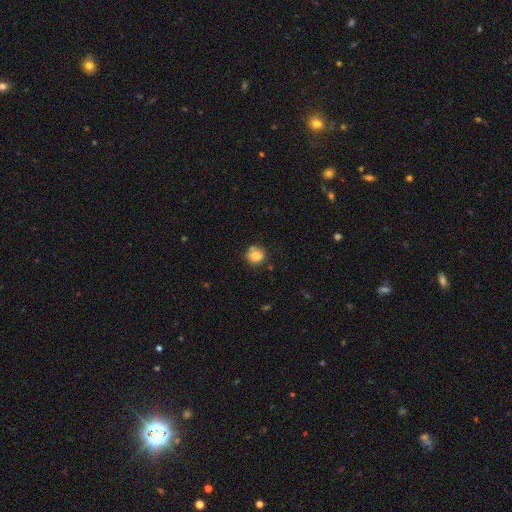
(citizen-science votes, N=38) smooth_or_featured: smooth (p=0.84) [alt: star or artifact p=0.11]
how_rounded: round (p=0.91) [alt: in between p=0.09]
merging: none (p=0.50) [alt: minor disturbance p=0.26]